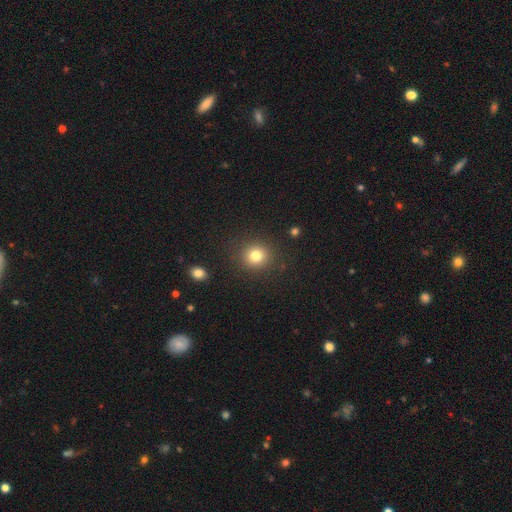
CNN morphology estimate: A smooth galaxy with no disk features (80%) that is round (90%).

Vote fractions:
- Smooth or featured? smooth: 80% / star or artifact: 13% / featured or disk: 7%
- How rounded? round: 90% / in between: 9% / cigar-shaped: 1%
- Merging? none: 90% / minor disturbance: 6% / major disturbance: 3% / merger: 2%